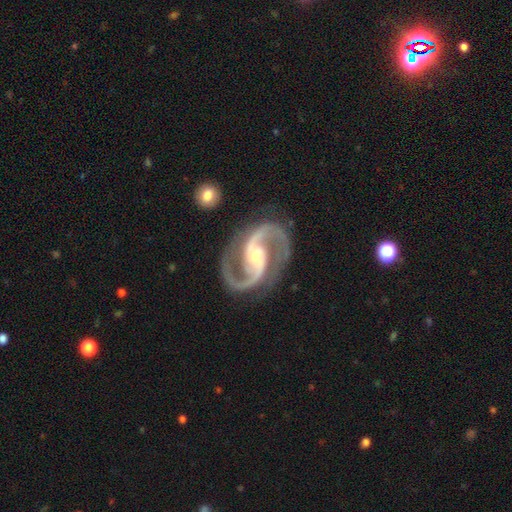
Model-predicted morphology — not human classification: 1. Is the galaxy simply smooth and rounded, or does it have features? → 94% featured or disk, 4% star or artifact, 2% smooth.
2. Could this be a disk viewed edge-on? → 98% no, 2% yes.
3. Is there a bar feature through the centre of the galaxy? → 40% weak, 31% strong, 29% no.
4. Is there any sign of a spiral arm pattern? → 99% yes, 1% no.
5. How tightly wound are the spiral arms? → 69% medium, 17% loose, 13% tight.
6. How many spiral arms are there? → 95% 2, 1% 3, 1% can't tell, 1% 1, 1% 4, 1% more than 4.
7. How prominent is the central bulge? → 51% moderate, 43% small, 3% large, 1% none, 1% dominant.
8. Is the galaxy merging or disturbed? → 82% none, 12% minor disturbance, 4% major disturbance, 2% merger.